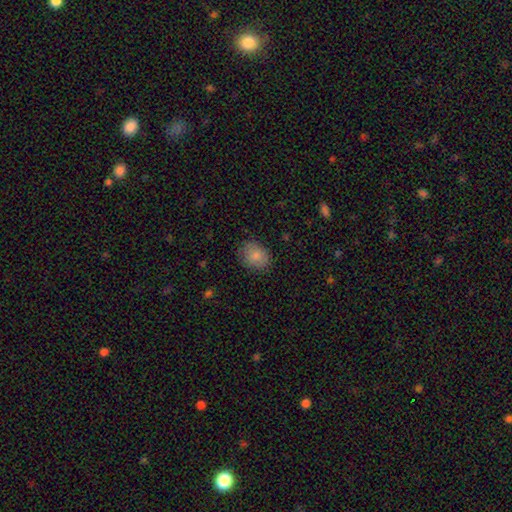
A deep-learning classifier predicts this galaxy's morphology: type=smooth (85%); roundness=in between (52%); merging=none (81%).